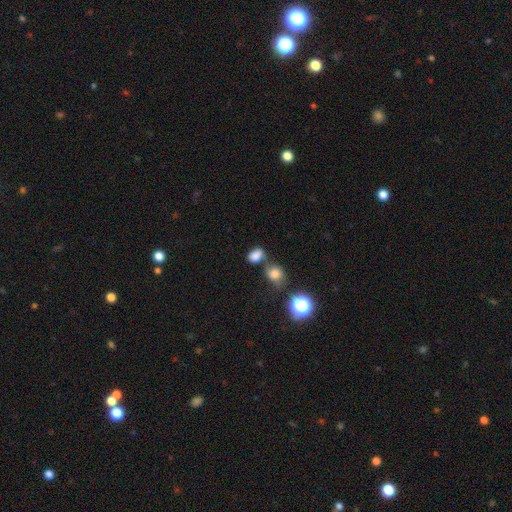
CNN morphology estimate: Smooth or featured? smooth (79%)
How rounded? in between (71%)
Merging? none (46%)